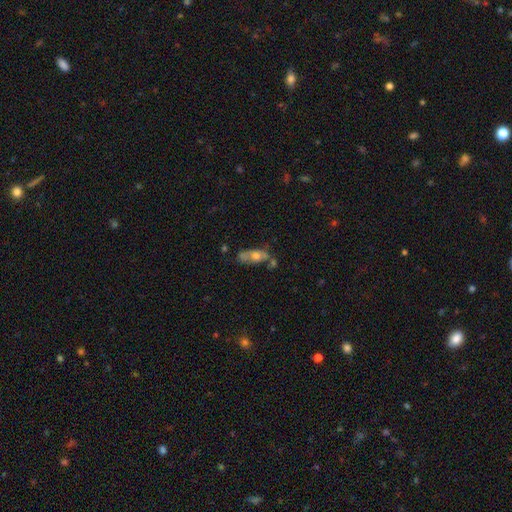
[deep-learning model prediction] The model was most divided on "smooth or featured": smooth: 53%, featured or disk: 39%, star or artifact: 8%. Remaining: how rounded — in between (73%); merging — none (41%).